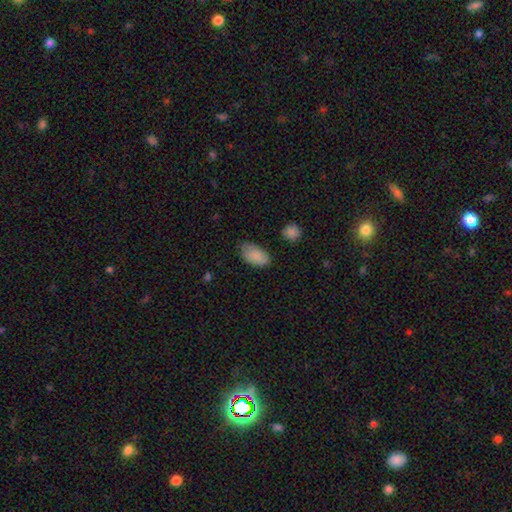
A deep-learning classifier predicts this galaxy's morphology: Smooth or featured: smooth — 87% (star or artifact — 7%)
How rounded: in between — 94% (round — 4%)
Merging: none — 73% (minor disturbance — 21%)